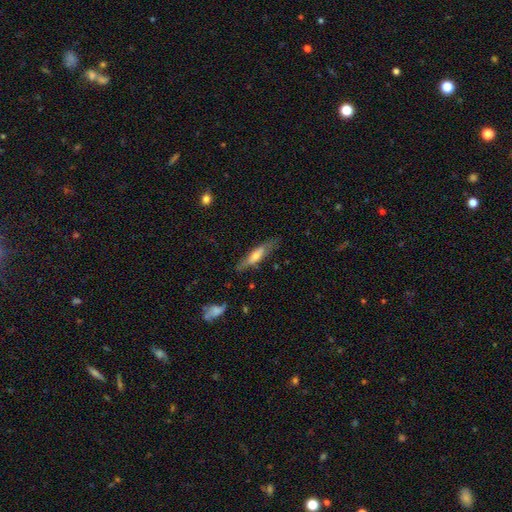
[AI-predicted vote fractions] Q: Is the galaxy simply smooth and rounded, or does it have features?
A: smooth — 51%.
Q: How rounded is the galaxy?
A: cigar-shaped — 73%.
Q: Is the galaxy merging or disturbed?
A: none — 74%.